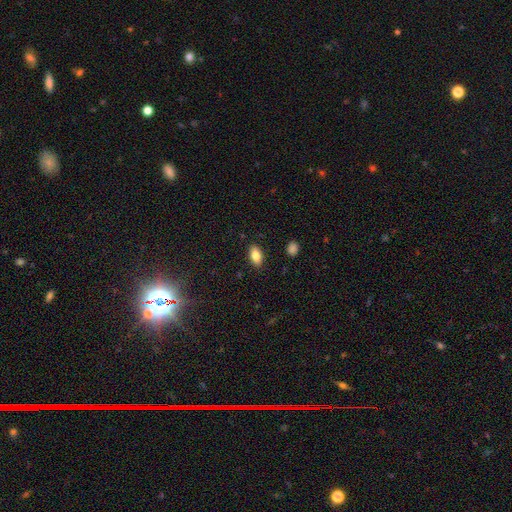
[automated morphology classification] This is clearly a smooth galaxy (83%). How rounded: clearly in between (91%). Merging: clearly none (88%).